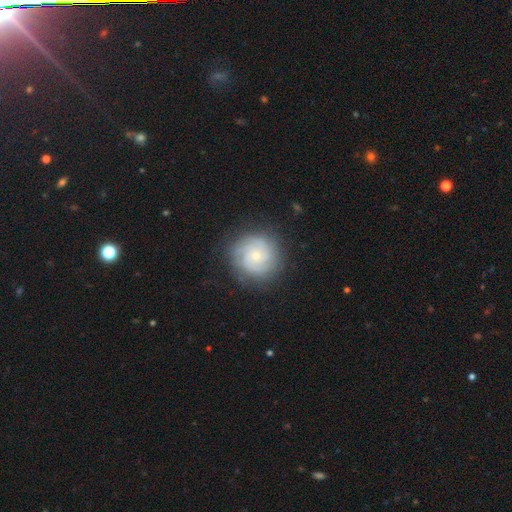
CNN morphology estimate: type=featured or disk (75%); edge-on=no (98%); bar=no (79%); spiral arms=yes (95%); winding=tight (69%); arm count=3 (32%); bulge=small (71%); merging=none (83%).